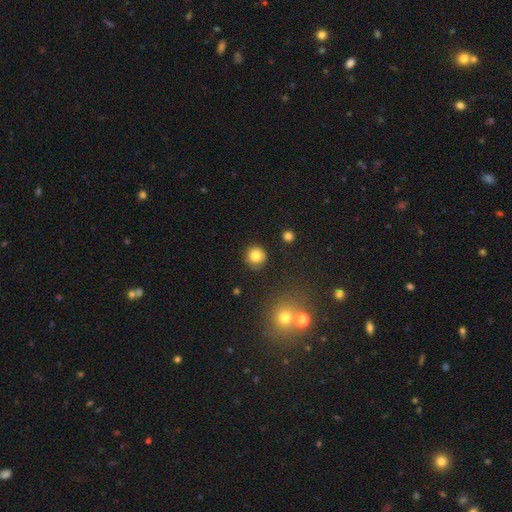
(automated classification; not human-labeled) smooth 82%, star or artifact 11%, featured or disk 7%. Down the decision tree: how rounded — round (92%); merging — none (87%).